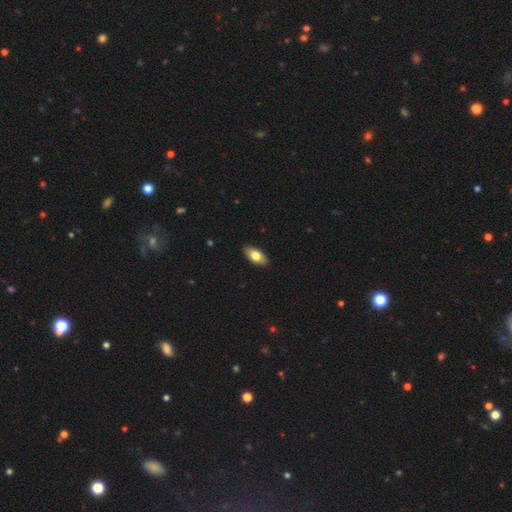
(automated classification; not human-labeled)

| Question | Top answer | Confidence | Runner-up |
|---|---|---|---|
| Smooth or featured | smooth | 76% | featured or disk (18%) |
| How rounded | in between | 90% | cigar-shaped (6%) |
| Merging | none | 88% | minor disturbance (9%) |